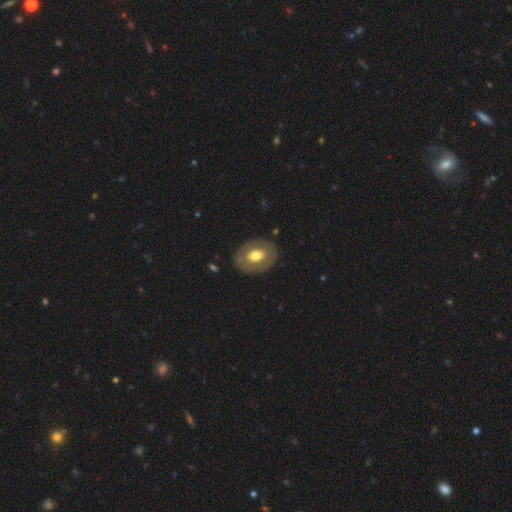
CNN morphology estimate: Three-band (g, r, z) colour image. It shows a smooth galaxy with no disk features (52%) that is in between round and cigar-shaped (70%). Merging: none (83%).